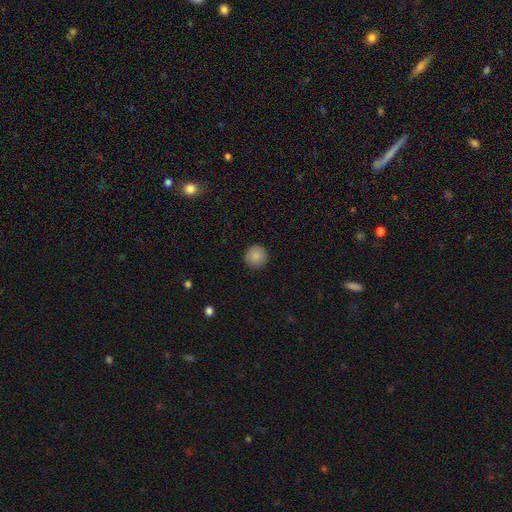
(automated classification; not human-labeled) Smooth or featured? smooth (86%)
How rounded? round (95%)
Merging? none (92%)